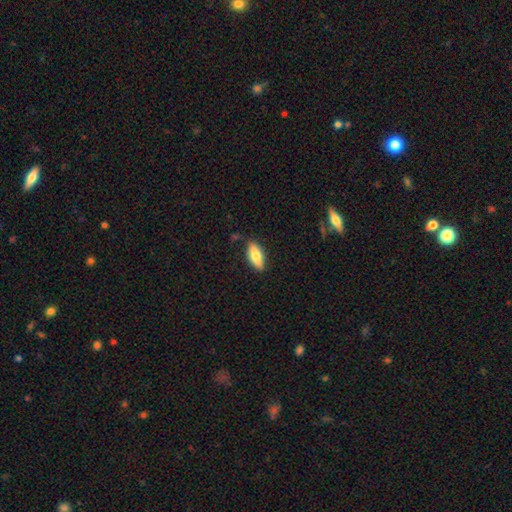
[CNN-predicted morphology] smooth-or-featured: smooth: 76% | featured or disk: 18% | star or artifact: 6%
  how-rounded: in between: 75% | cigar-shaped: 23% | round: 2%
  merging: none: 84% | minor disturbance: 12% | major disturbance: 2% | merger: 2%